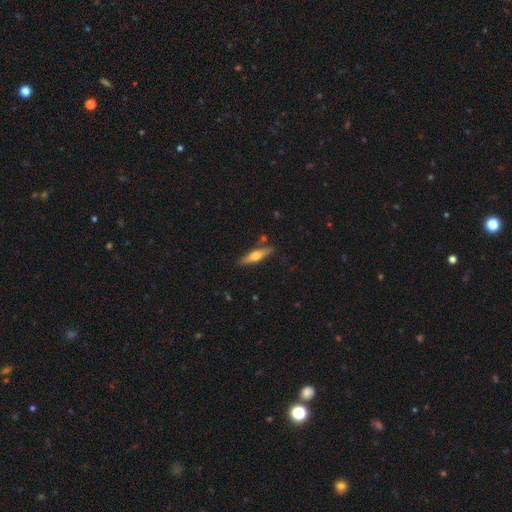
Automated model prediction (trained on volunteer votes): Q: Smooth or featured?
A: featured or disk (53%); runner-up: smooth (41%)
Q: Edge-on disk?
A: yes (94%); runner-up: no (6%)
Q: Merging?
A: none (83%); runner-up: minor disturbance (11%)